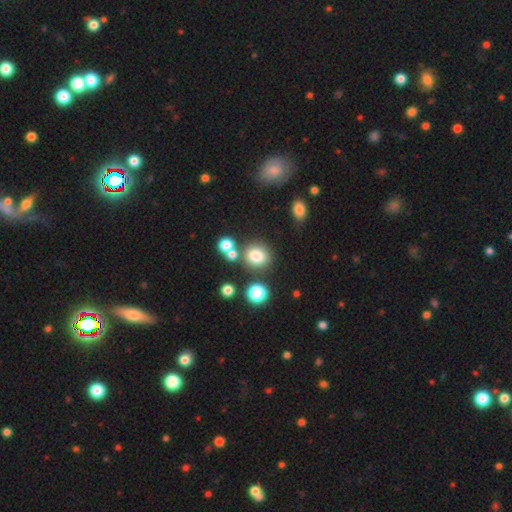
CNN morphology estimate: A smooth galaxy with no disk features (78%) that is round (79%).

Vote fractions:
- Smooth or featured? smooth: 78% / star or artifact: 14% / featured or disk: 8%
- How rounded? round: 79% / in between: 20% / cigar-shaped: 1%
- Merging? none: 72% / merger: 14% / minor disturbance: 10% / major disturbance: 4%